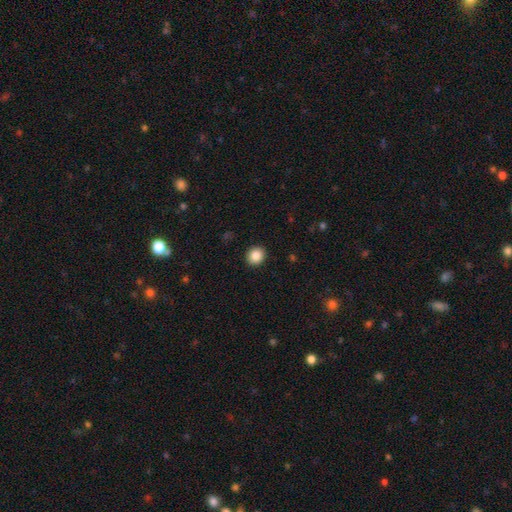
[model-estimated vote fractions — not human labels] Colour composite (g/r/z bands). It shows a smooth galaxy with no disk features (86%) that is round (81%). Merging: none (92%).